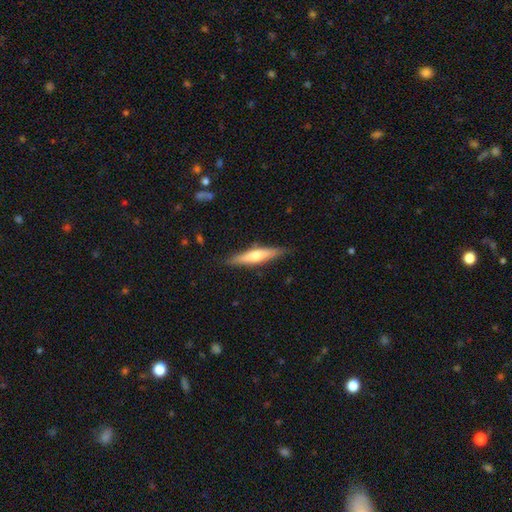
Smooth or featured: featured or disk — 55% (smooth — 39%)
Edge-on disk: yes — 90% (no — 10%)
Edge-on bulge: rounded — 95% (none — 5%)
Merging: none — 86% (minor disturbance — 11%)